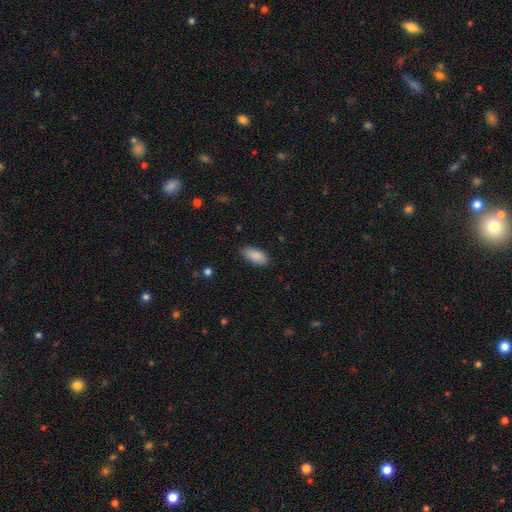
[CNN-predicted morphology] smooth-or-featured: smooth: 89% | star or artifact: 7% | featured or disk: 4%
  how-rounded: in between: 91% | cigar-shaped: 6% | round: 2%
  merging: none: 85% | minor disturbance: 12% | major disturbance: 3% | merger: 1%